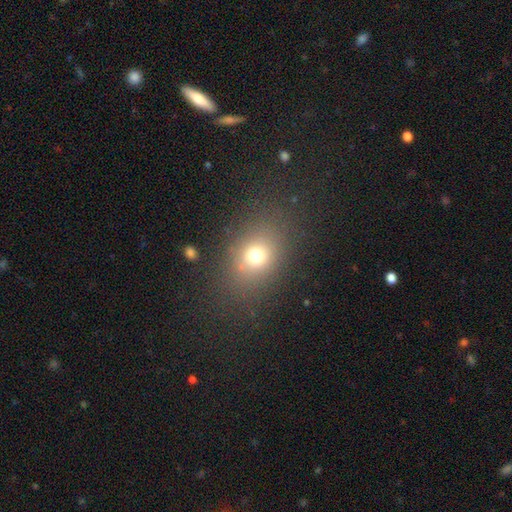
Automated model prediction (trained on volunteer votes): smooth-or-featured: smooth: 70% | star or artifact: 17% | featured or disk: 12%
  how-rounded: in between: 51% | round: 48% | cigar-shaped: 1%
  merging: none: 79% | minor disturbance: 11% | major disturbance: 7% | merger: 2%